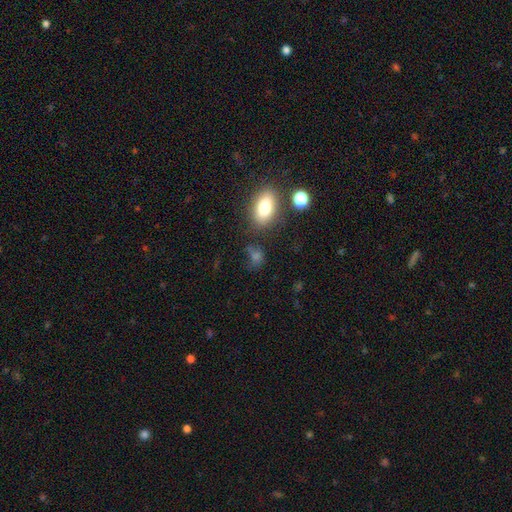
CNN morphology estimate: type=smooth (68%); roundness=in between (61%); merging=none (67%).